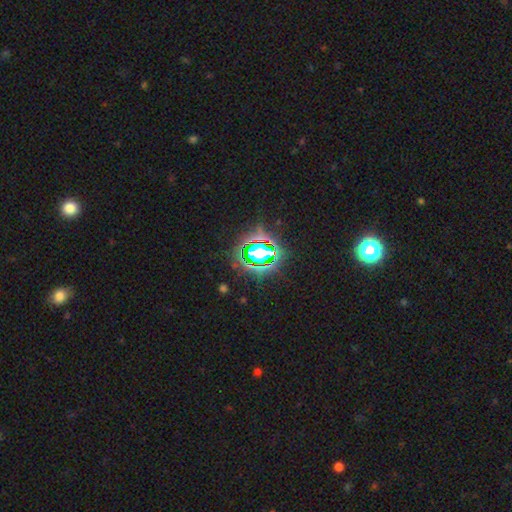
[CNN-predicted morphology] type=star or artifact (71%).